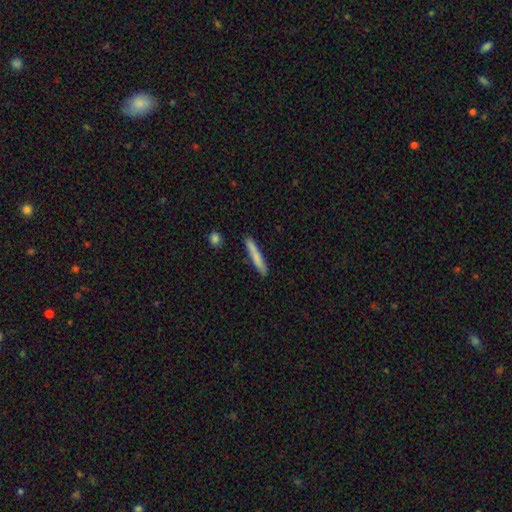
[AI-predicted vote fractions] A smooth galaxy with no disk features (76%) that is cigar-shaped (95%).

Vote fractions:
- Smooth or featured? smooth: 76% / featured or disk: 19% / star or artifact: 5%
- How rounded? cigar-shaped: 95% / in between: 4% / round: 1%
- Merging? none: 88% / minor disturbance: 8% / merger: 2% / major disturbance: 2%